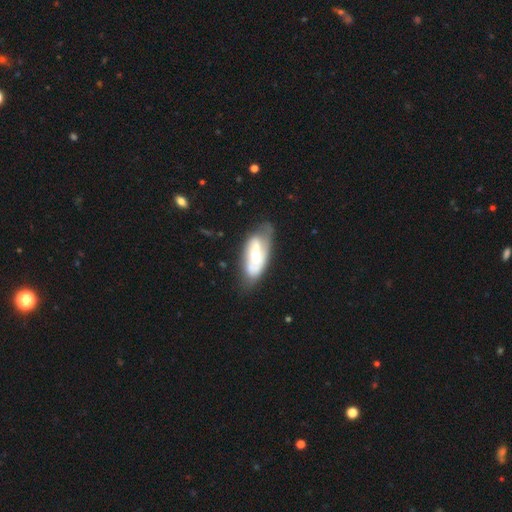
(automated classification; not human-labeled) smooth-or-featured: featured or disk: 66% | smooth: 29% | star or artifact: 6%
  disk-edge-on: no: 90% | yes: 10%
    bar: no: 39% | weak: 35% | strong: 26%
    has-spiral-arms: yes: 75% | no: 25%
    bulge-size: moderate: 56% | small: 35% | large: 6% | none: 2% | dominant: 1%
  merging: none: 53% | minor disturbance: 30% | major disturbance: 14% | merger: 3%